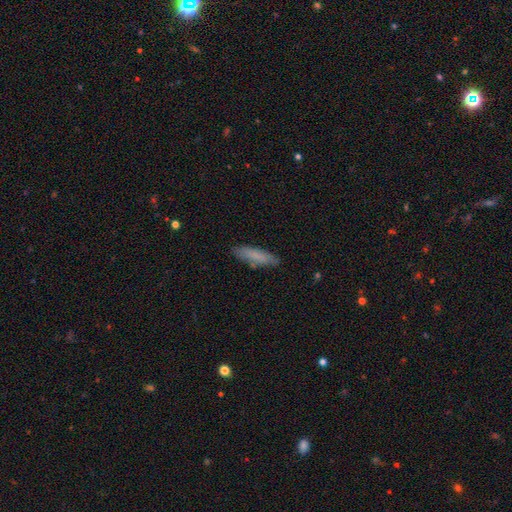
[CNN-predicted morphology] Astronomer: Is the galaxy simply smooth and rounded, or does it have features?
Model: smooth — 79%.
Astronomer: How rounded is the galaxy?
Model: cigar-shaped — 72%.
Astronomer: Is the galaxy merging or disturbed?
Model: none — 82%.